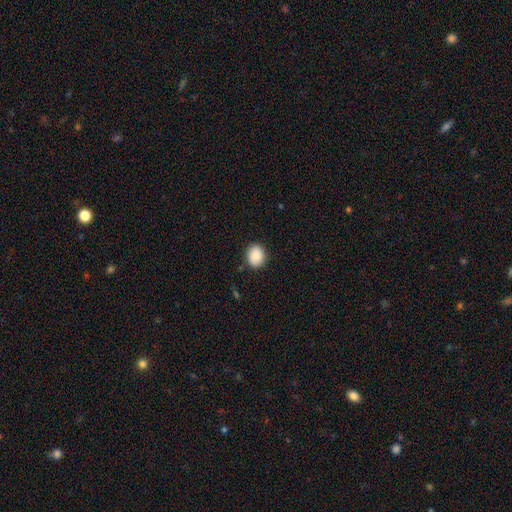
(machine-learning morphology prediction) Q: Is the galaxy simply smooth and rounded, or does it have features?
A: smooth — 89%.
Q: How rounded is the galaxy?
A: round — 60%.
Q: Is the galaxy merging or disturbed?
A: none — 88%.